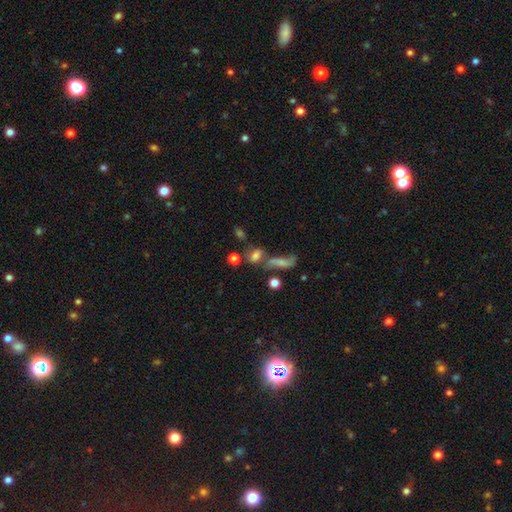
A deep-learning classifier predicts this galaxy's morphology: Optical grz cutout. It shows a smooth galaxy with no disk features (68%) that is in between round and cigar-shaped (61%). Merging: none (40%).